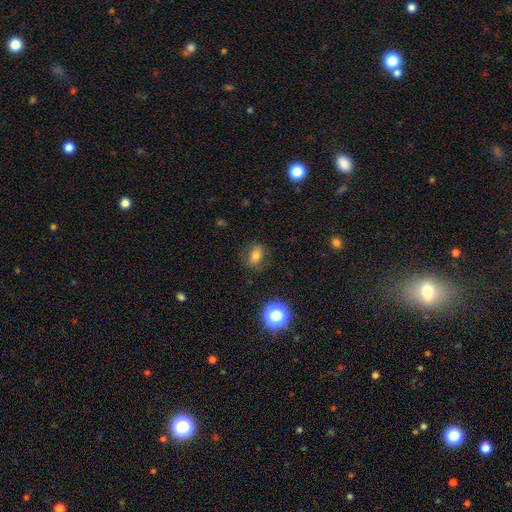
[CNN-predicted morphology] Smooth or featured?
  - smooth: 69% *
  - featured or disk: 17%
  - star or artifact: 14%
How rounded?
  - in between: 73% *
  - round: 22%
  - cigar-shaped: 5%
Merging?
  - none: 78% *
  - minor disturbance: 15%
  - major disturbance: 5%
  - merger: 1%